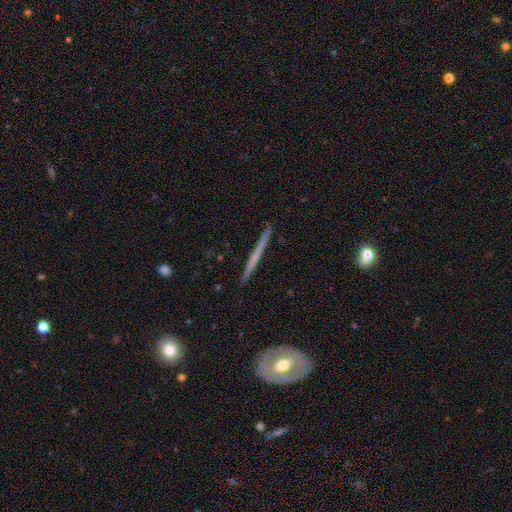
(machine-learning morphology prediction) Overall: featured or disk (62%; smooth 31%). Edge-on disk: yes (96%). Edge-on bulge: none (80%). Merging: none (90%).